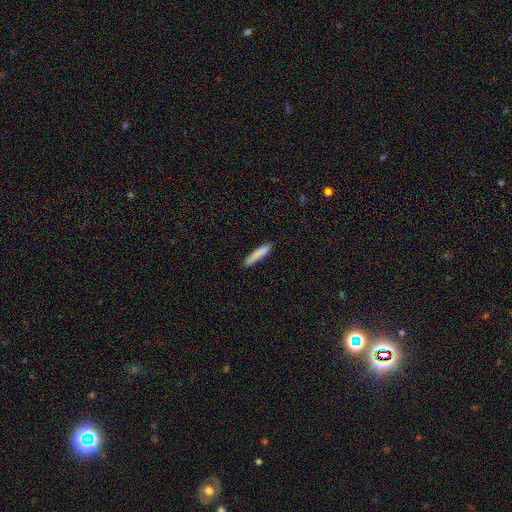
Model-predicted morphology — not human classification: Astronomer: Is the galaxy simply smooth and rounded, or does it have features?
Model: smooth — 84%.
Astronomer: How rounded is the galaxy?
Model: cigar-shaped — 91%.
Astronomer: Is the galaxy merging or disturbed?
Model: none — 86%.